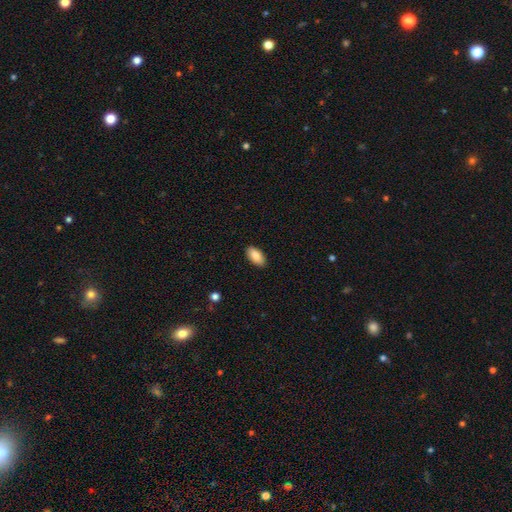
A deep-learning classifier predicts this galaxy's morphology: smooth_or_featured: smooth (p=0.86) [alt: featured or disk p=0.07]
how_rounded: in between (p=0.92) [alt: cigar-shaped p=0.05]
merging: none (p=0.88) [alt: minor disturbance p=0.09]